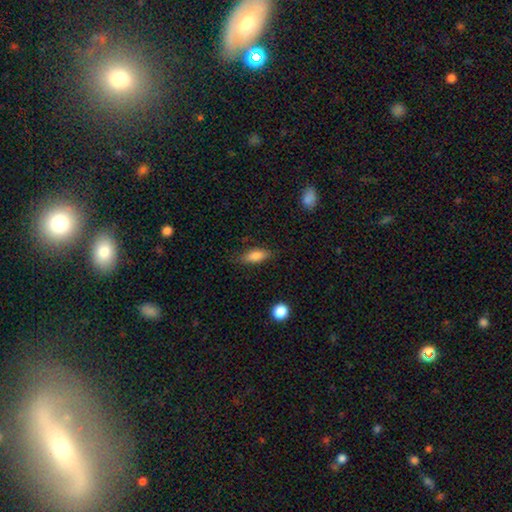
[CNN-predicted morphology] smooth_or_featured: smooth (p=0.81) [alt: featured or disk p=0.12]
how_rounded: in between (p=0.73) [alt: cigar-shaped p=0.24]
merging: none (p=0.79) [alt: minor disturbance p=0.15]